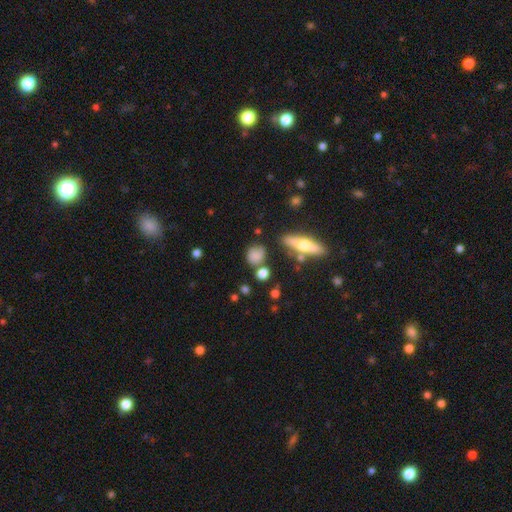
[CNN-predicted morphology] A smooth galaxy with no disk features (73%) that is round (65%).

Vote fractions:
- Smooth or featured? smooth: 73% / featured or disk: 16% / star or artifact: 12%
- How rounded? round: 65% / in between: 31% / cigar-shaped: 5%
- Merging? none: 63% / minor disturbance: 20% / merger: 10% / major disturbance: 7%